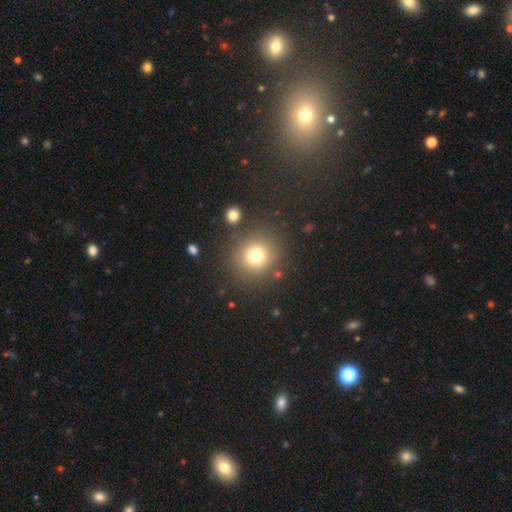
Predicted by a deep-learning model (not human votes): Smooth or featured?
  - smooth: 74% *
  - star or artifact: 16%
  - featured or disk: 11%
How rounded?
  - round: 91% *
  - in between: 8%
  - cigar-shaped: 1%
Merging?
  - none: 84% *
  - minor disturbance: 7%
  - merger: 5%
  - major disturbance: 4%